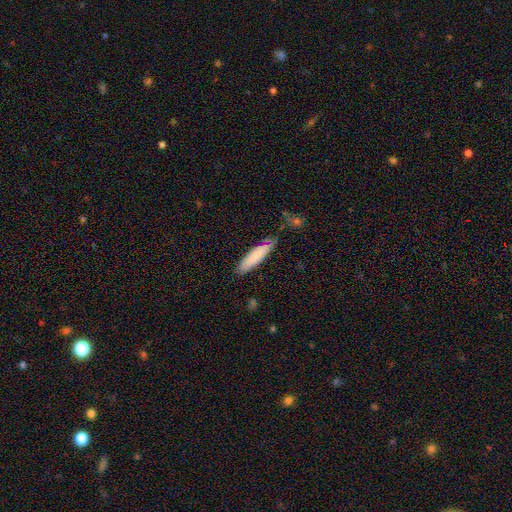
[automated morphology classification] The model was most divided on "how rounded": cigar-shaped: 75%, in between: 24%, round: 1%. More confident: smooth or featured — smooth (82%); merging — none (79%).